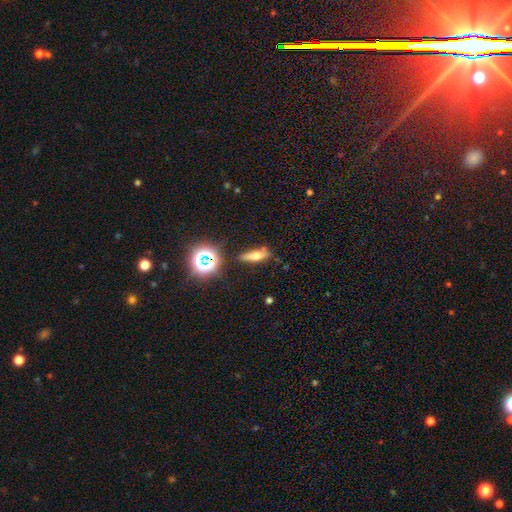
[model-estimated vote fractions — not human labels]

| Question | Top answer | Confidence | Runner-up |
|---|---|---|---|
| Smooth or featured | smooth | 58% | featured or disk (24%) |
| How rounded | cigar-shaped | 55% | in between (37%) |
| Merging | none | 77% | minor disturbance (14%) |